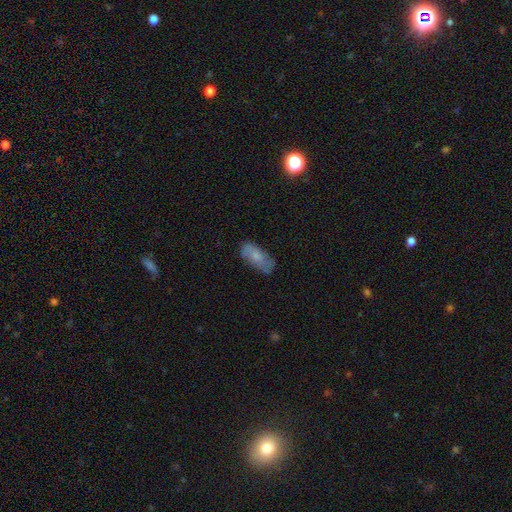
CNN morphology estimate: Smooth or featured?
  - smooth: 69% *
  - featured or disk: 23%
  - star or artifact: 8%
How rounded?
  - in between: 81% *
  - cigar-shaped: 16%
  - round: 3%
Merging?
  - none: 72% *
  - minor disturbance: 21%
  - major disturbance: 5%
  - merger: 2%